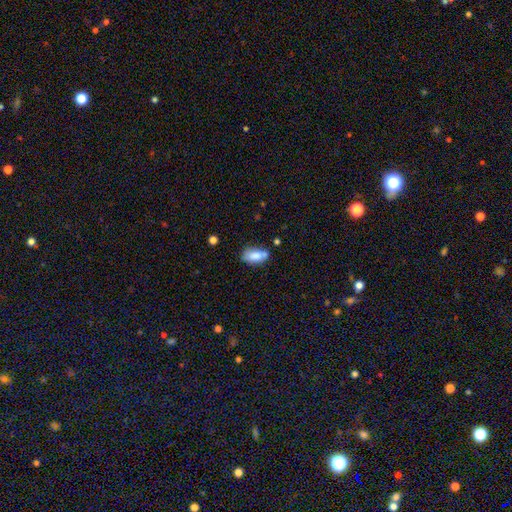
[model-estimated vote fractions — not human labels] Smooth or featured? Predicted: smooth (p=0.80). How rounded? Predicted: in between (p=0.89). Merging? Predicted: none (p=0.59).